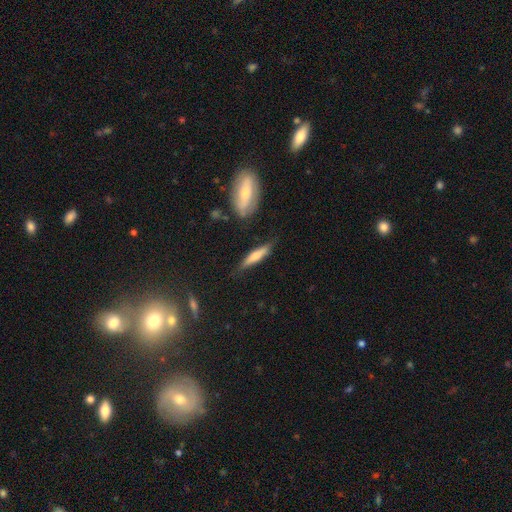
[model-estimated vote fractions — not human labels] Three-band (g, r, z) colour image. It shows a smooth galaxy with no disk features (65%) that is cigar-shaped (81%). Merging: none (75%).